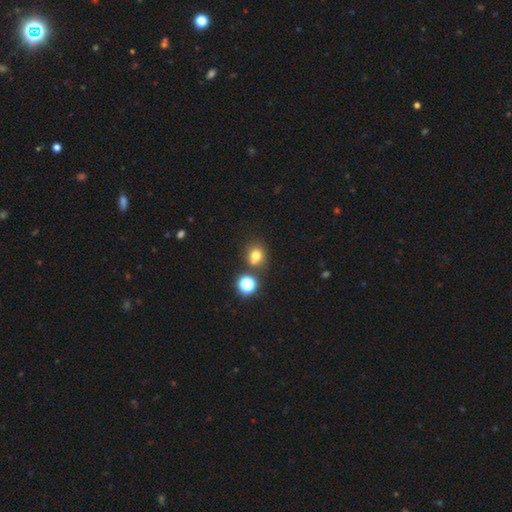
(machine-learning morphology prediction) This appears to be a smooth galaxy with no disk features (72%) that is round (76%). Merging: none (67%).